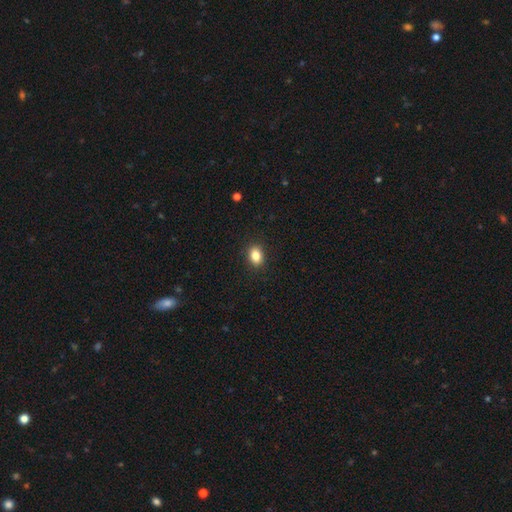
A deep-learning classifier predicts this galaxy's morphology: This is clearly a smooth galaxy (85%). How rounded: likely in between (70%). Merging: clearly none (89%).